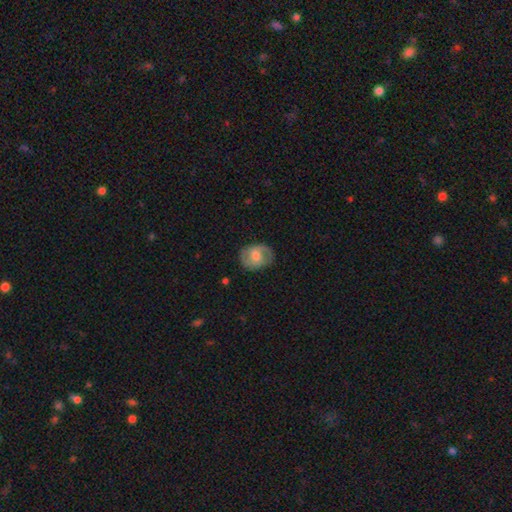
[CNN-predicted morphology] Smooth or featured? Predicted: smooth (p=0.47). Merging? Predicted: none (p=0.76).